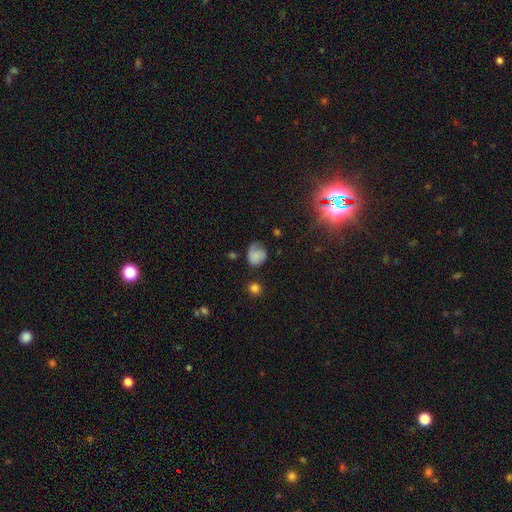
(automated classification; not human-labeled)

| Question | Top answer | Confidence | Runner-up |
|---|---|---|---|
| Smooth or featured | smooth | 66% | featured or disk (22%) |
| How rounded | round | 63% | in between (36%) |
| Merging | none | 46% | minor disturbance (34%) |